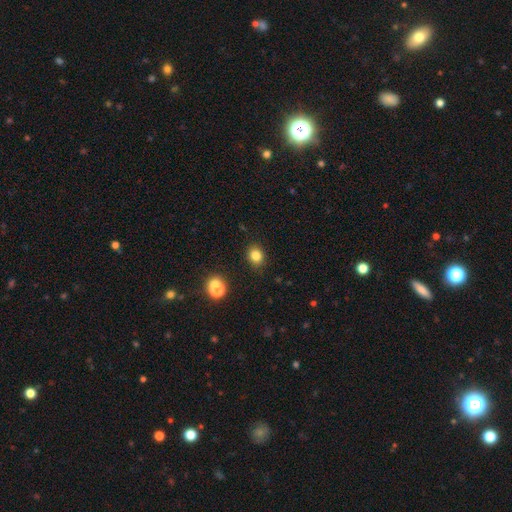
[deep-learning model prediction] A smooth galaxy with no disk features (82%) that is round (64%). Merging: none (85%).